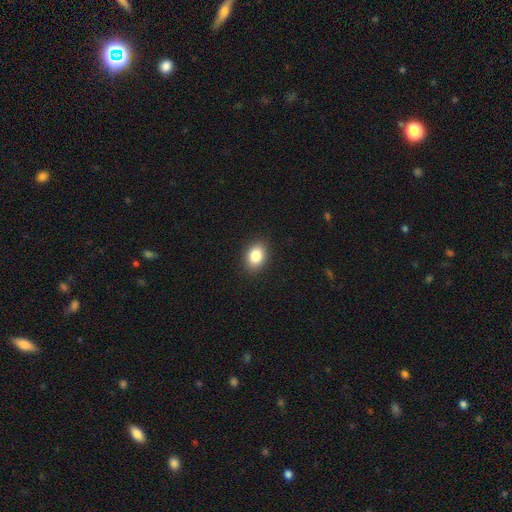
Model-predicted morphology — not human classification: Smooth or featured?
  - smooth: 85% *
  - star or artifact: 9%
  - featured or disk: 7%
How rounded?
  - in between: 73% *
  - round: 26%
  - cigar-shaped: 1%
Merging?
  - none: 89% *
  - minor disturbance: 8%
  - major disturbance: 2%
  - merger: 1%